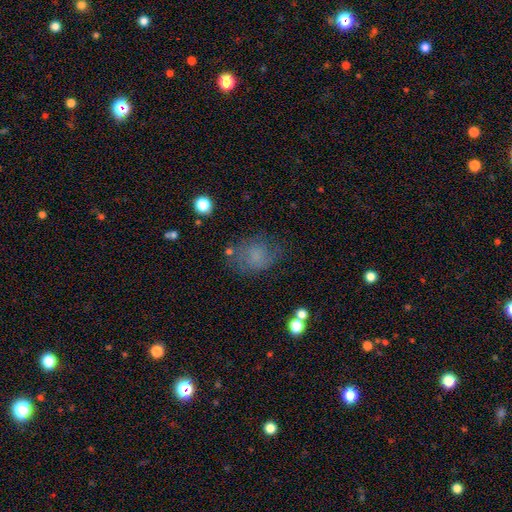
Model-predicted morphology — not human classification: smooth-or-featured: smooth: 55% | featured or disk: 29% | star or artifact: 16%
  how-rounded: in between: 54% | round: 45% | cigar-shaped: 1%
  merging: none: 62% | minor disturbance: 22% | major disturbance: 12% | merger: 3%